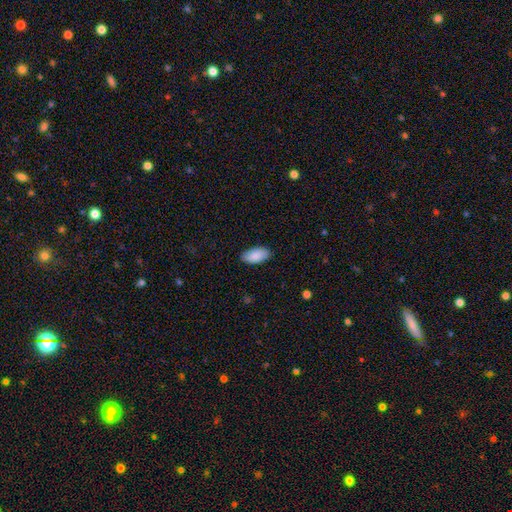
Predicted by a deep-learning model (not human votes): A smooth galaxy with no disk features (89%) that is in between round and cigar-shaped (95%).

Vote fractions:
- Smooth or featured? smooth: 89% / star or artifact: 6% / featured or disk: 5%
- How rounded? in between: 95% / cigar-shaped: 3% / round: 2%
- Merging? none: 88% / minor disturbance: 9% / major disturbance: 2% / merger: 1%